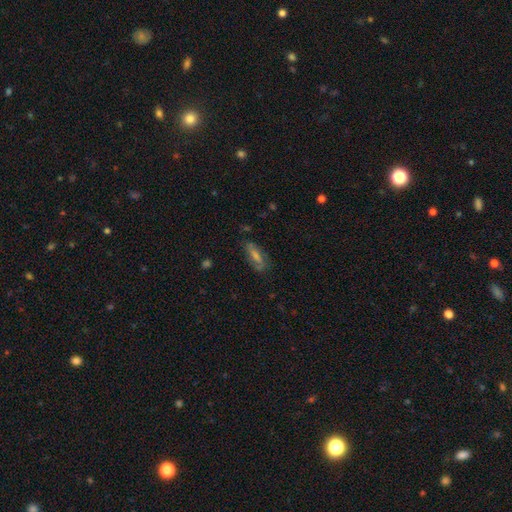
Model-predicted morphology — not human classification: This appears to be a featured or disk galaxy (45%). Merging: none (73%).